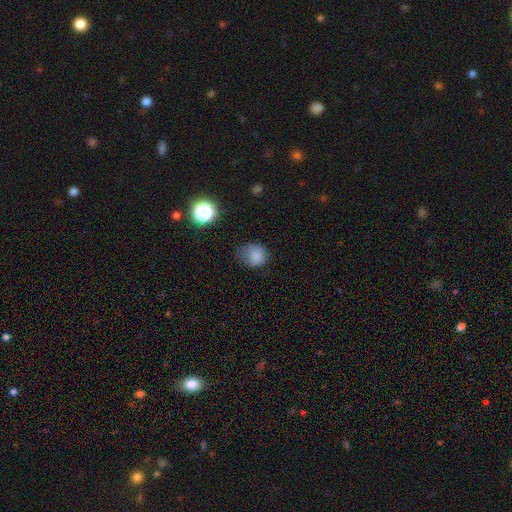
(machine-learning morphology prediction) Smooth or featured: smooth — 81% (star or artifact — 13%)
How rounded: round — 68% (in between — 31%)
Merging: none — 51% (minor disturbance — 33%)